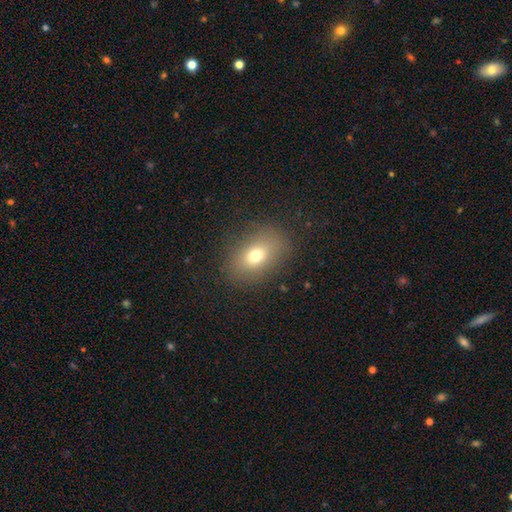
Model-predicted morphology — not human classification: The model was most divided on "how rounded": in between: 73%, round: 26%, cigar-shaped: 2%. More confident: merging — none (84%); smooth or featured — smooth (72%).